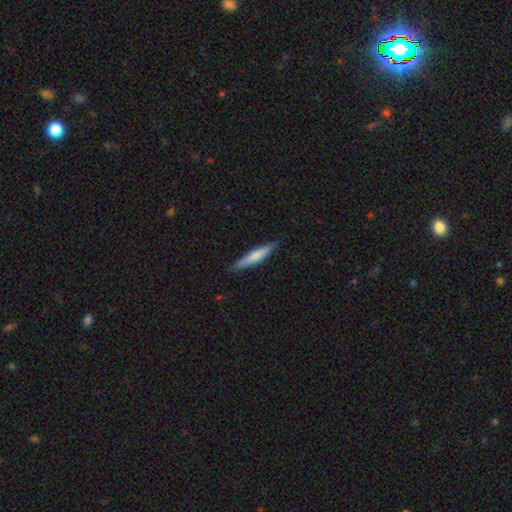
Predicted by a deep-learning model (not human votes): Smooth or featured?
  - smooth: 67% *
  - featured or disk: 27%
  - star or artifact: 5%
How rounded?
  - cigar-shaped: 91% *
  - in between: 8%
  - round: 1%
Merging?
  - none: 86% *
  - minor disturbance: 11%
  - major disturbance: 2%
  - merger: 1%